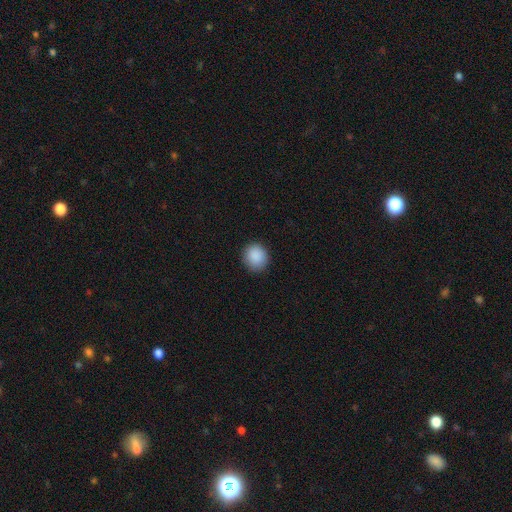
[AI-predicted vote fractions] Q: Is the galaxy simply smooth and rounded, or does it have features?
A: smooth — 90%.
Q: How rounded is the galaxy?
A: round — 87%.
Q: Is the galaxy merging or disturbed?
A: none — 89%.